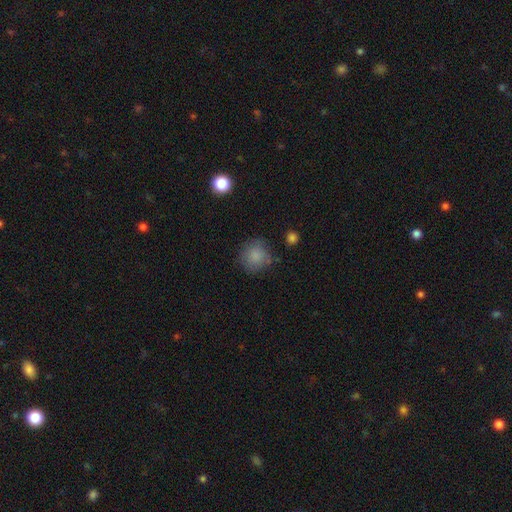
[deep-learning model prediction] Morphology: type=smooth (83%); roundness=round (88%); merging=none (72%).